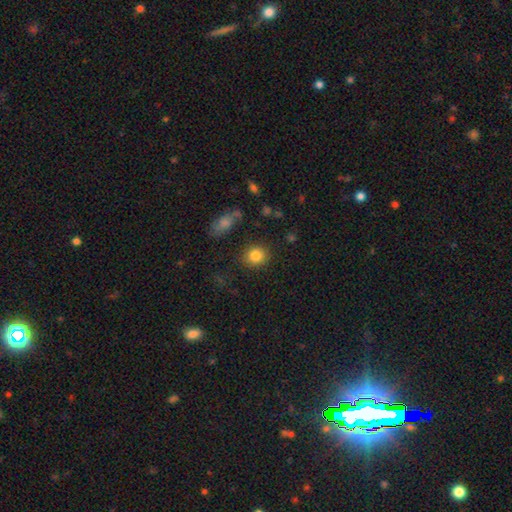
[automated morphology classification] Q: Smooth or featured?
A: smooth (84%); runner-up: star or artifact (10%)
Q: How rounded?
A: round (78%); runner-up: in between (20%)
Q: Merging?
A: none (87%); runner-up: minor disturbance (8%)